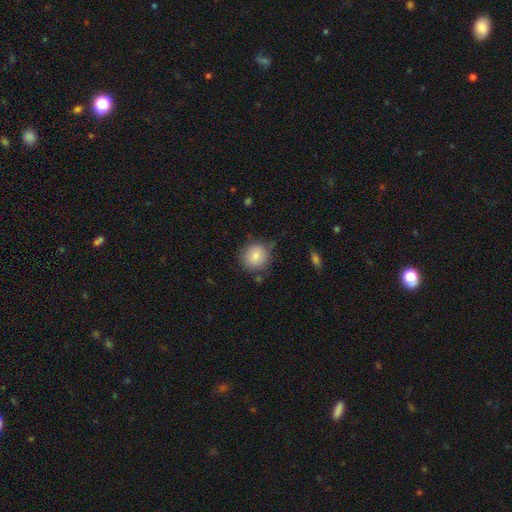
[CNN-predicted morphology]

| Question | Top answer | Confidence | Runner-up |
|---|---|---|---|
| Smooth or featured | smooth | 85% | star or artifact (8%) |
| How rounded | round | 88% | in between (11%) |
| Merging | none | 75% | minor disturbance (17%) |